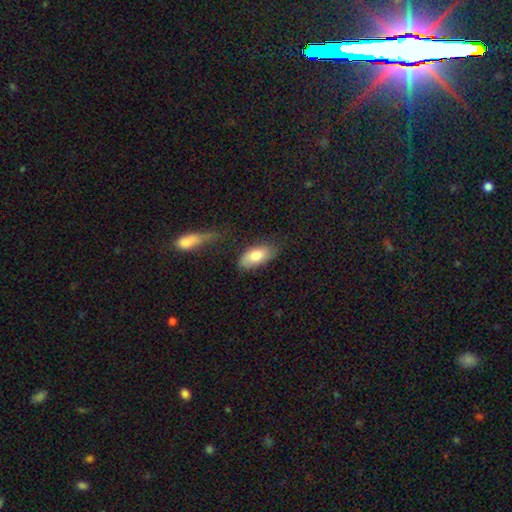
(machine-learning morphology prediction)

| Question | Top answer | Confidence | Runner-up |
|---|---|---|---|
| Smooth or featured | smooth | 80% | featured or disk (14%) |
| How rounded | in between | 91% | cigar-shaped (6%) |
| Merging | none | 68% | minor disturbance (22%) |